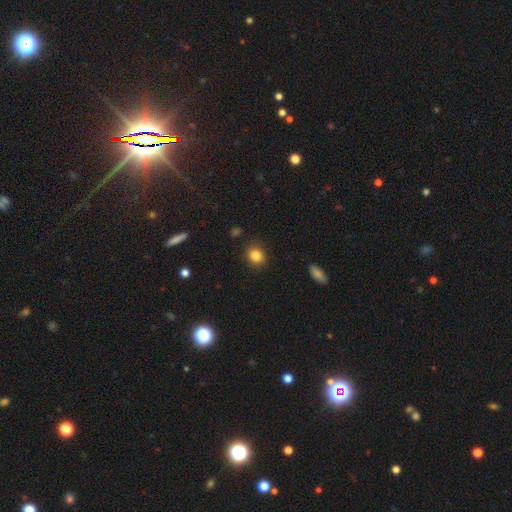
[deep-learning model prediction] smooth_or_featured: smooth (p=0.84) [alt: star or artifact p=0.11]
how_rounded: round (p=0.80) [alt: in between p=0.19]
merging: none (p=0.88) [alt: minor disturbance p=0.08]